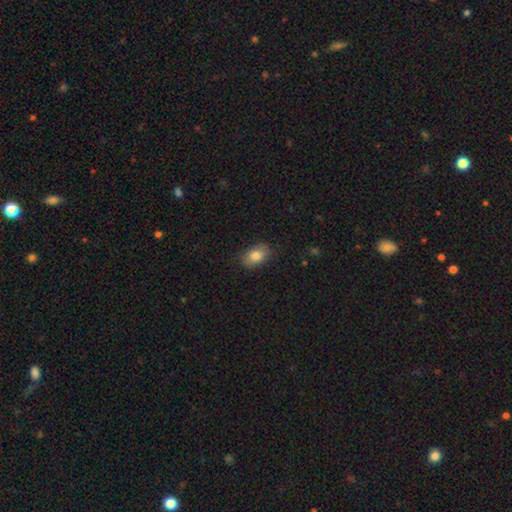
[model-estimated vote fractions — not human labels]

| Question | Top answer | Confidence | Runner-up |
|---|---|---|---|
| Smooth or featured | smooth | 82% | featured or disk (10%) |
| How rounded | in between | 87% | round (11%) |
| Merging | none | 84% | minor disturbance (13%) |